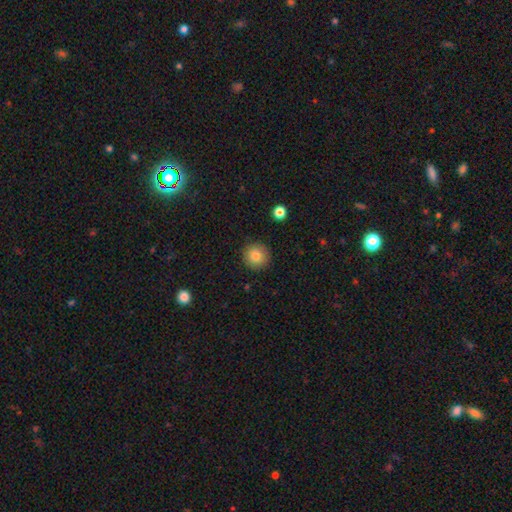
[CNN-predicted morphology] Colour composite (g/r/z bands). It shows a smooth galaxy with no disk features (84%) that is round (94%). Merging: none (90%).